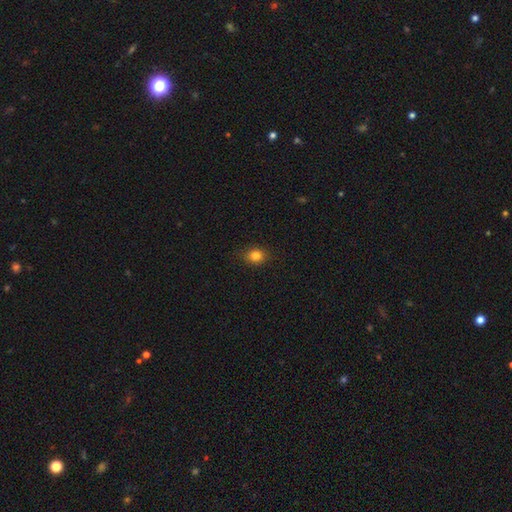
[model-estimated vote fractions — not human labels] A smooth galaxy with no disk features (82%) that is round (61%).

Vote fractions:
- Smooth or featured? smooth: 82% / star or artifact: 12% / featured or disk: 6%
- How rounded? round: 61% / in between: 38% / cigar-shaped: 1%
- Merging? none: 87% / minor disturbance: 10% / major disturbance: 2% / merger: 1%